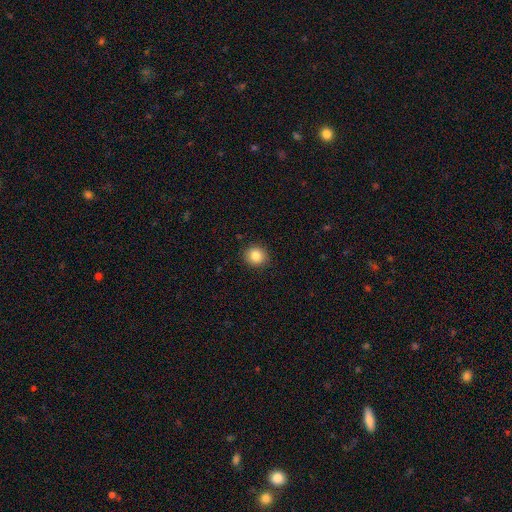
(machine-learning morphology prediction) Overall: smooth (85%). How rounded: round (87%). Merging: none (91%).